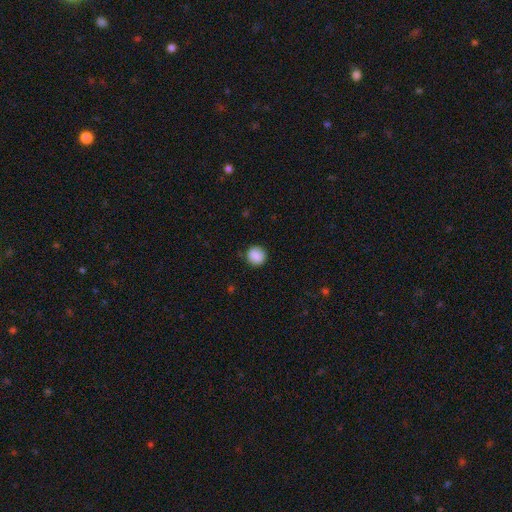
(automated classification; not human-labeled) A smooth galaxy with no disk features (88%) that is round (90%). Merging: none (88%).